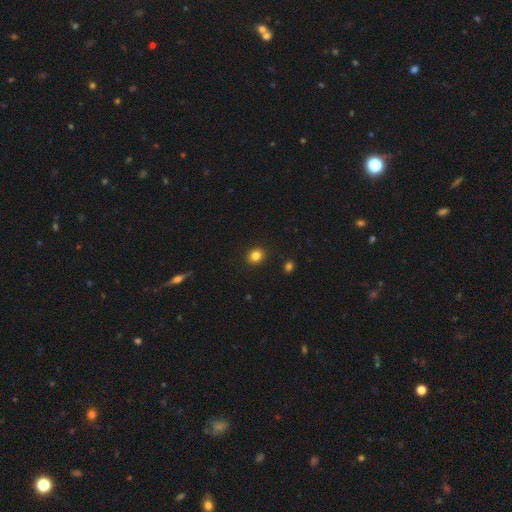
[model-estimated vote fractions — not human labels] A smooth galaxy with no disk features (83%) that is round (72%).

Vote fractions:
- Smooth or featured? smooth: 83% / star or artifact: 12% / featured or disk: 5%
- How rounded? round: 72% / in between: 27% / cigar-shaped: 1%
- Merging? none: 92% / minor disturbance: 5% / major disturbance: 2% / merger: 1%